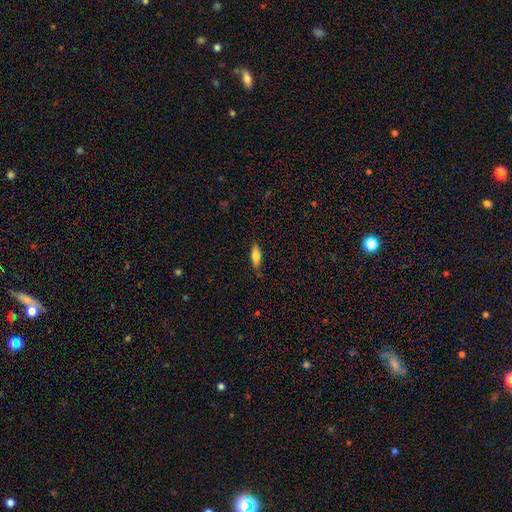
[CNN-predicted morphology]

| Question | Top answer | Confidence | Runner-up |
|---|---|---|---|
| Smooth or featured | smooth | 70% | featured or disk (24%) |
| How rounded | in between | 62% | cigar-shaped (36%) |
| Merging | none | 82% | minor disturbance (14%) |